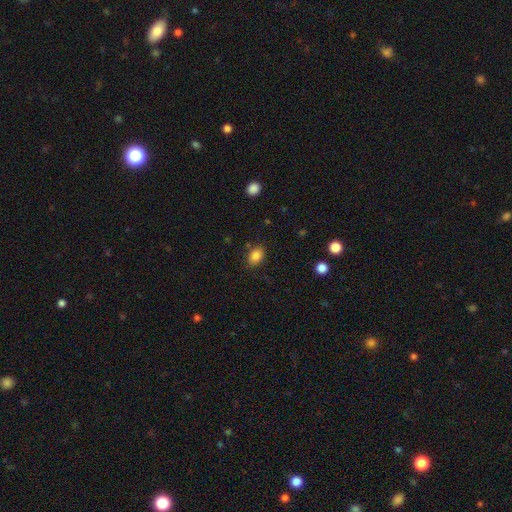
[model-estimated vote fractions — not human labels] Q: Smooth or featured?
A: smooth (85%); runner-up: star or artifact (10%)
Q: How rounded?
A: in between (70%); runner-up: round (29%)
Q: Merging?
A: none (80%); runner-up: minor disturbance (14%)